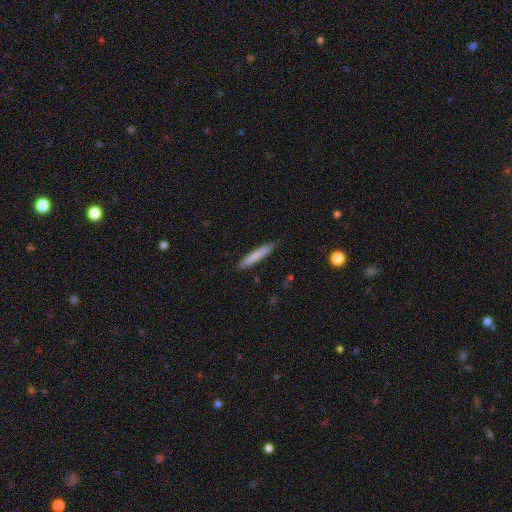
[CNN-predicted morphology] This appears to be a smooth galaxy with no disk features (76%) that is cigar-shaped (93%). Merging: none (85%).